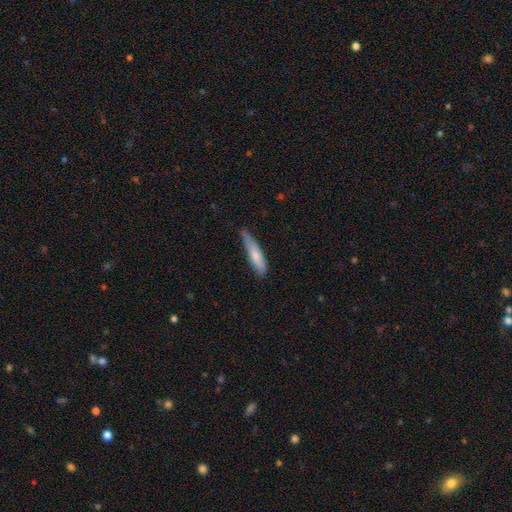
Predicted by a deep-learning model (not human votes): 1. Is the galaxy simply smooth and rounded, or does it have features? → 75% smooth, 20% featured or disk, 6% star or artifact.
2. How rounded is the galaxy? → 80% cigar-shaped, 19% in between, 1% round.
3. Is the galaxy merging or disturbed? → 58% none, 34% minor disturbance, 6% major disturbance, 2% merger.